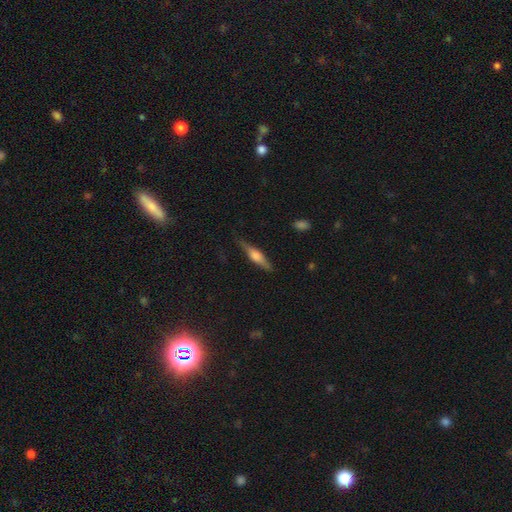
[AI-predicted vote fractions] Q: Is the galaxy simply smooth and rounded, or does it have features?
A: featured or disk — 59%.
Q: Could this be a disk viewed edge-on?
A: yes — 95%.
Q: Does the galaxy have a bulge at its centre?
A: rounded — 83%.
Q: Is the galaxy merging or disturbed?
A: none — 80%.